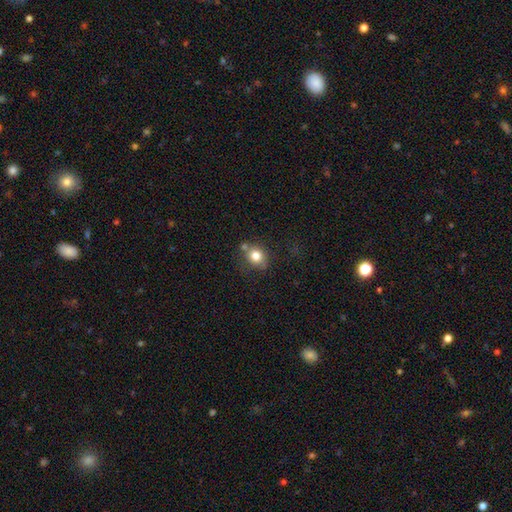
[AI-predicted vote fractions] Q: Smooth or featured?
A: smooth (79%); runner-up: star or artifact (11%)
Q: How rounded?
A: round (75%); runner-up: in between (24%)
Q: Merging?
A: none (63%); runner-up: minor disturbance (17%)